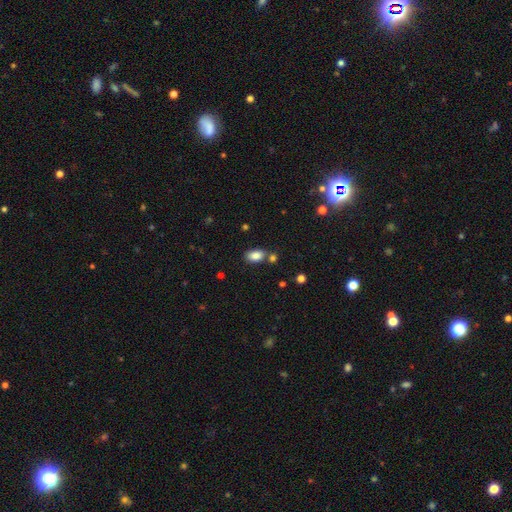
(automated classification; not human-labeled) smooth_or_featured: smooth (p=0.84) [alt: star or artifact p=0.09]
how_rounded: in between (p=0.90) [alt: round p=0.08]
merging: none (p=0.71) [alt: merger p=0.14]